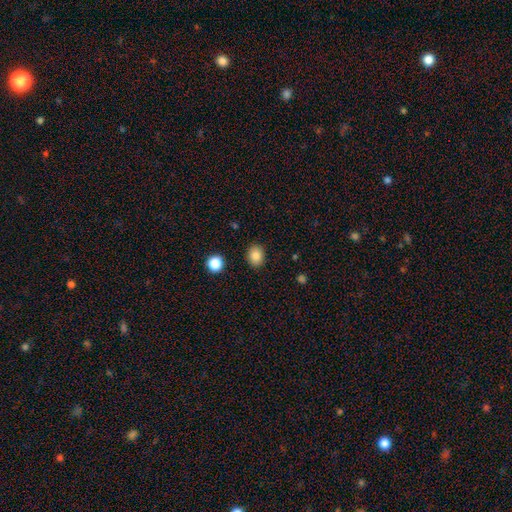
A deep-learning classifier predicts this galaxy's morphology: A smooth galaxy with no disk features (85%) that is round (52%).

Vote fractions:
- Smooth or featured? smooth: 85% / star or artifact: 10% / featured or disk: 5%
- How rounded? round: 52% / in between: 47% / cigar-shaped: 1%
- Merging? none: 88% / minor disturbance: 8% / major disturbance: 2% / merger: 2%